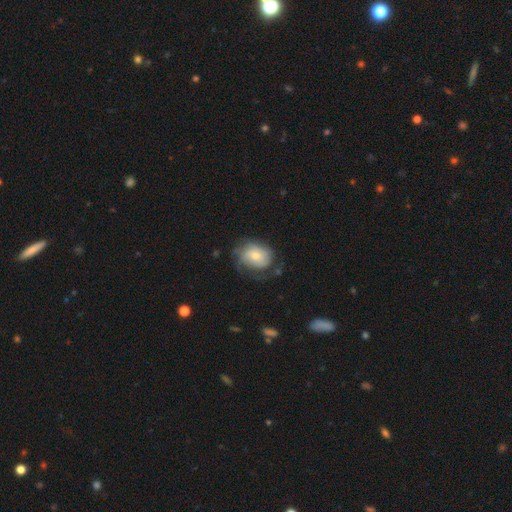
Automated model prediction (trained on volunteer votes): featured or disk 47%, smooth 46%, star or artifact 7%. Down the decision tree: merging — none (54%).